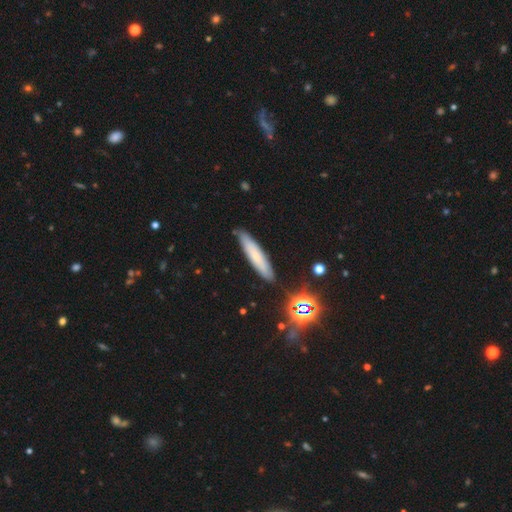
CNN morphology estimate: Smooth or featured: smooth — 65% (featured or disk — 25%)
How rounded: cigar-shaped — 87% (in between — 12%)
Merging: none — 86% (minor disturbance — 10%)